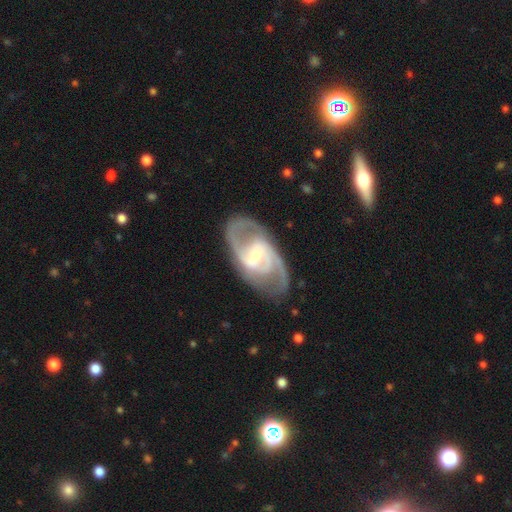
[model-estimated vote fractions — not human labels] Smooth or featured?
  - featured or disk: 89% *
  - smooth: 7%
  - star or artifact: 4%
Edge-on disk?
  - no: 96% *
  - yes: 4%
Bar?
  - weak: 49% *
  - strong: 28%
  - no: 23%
Spiral arms?
  - yes: 96% *
  - no: 4%
Spiral winding?
  - medium: 56% *
  - tight: 29%
  - loose: 16%
Spiral arm count?
  - 2: 85% *
  - can't tell: 5%
  - 3: 5%
  - 1: 2%
  - 4: 1%
  - more than 4: 1%
Bulge size?
  - moderate: 44% *
  - small: 43%
  - large: 7%
  - none: 4%
  - dominant: 1%
Merging?
  - none: 78% *
  - minor disturbance: 14%
  - major disturbance: 7%
  - merger: 1%